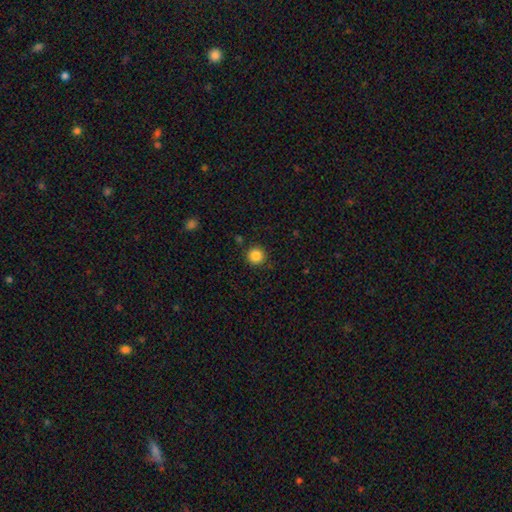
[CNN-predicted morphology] Smooth or featured: smooth — 86% (star or artifact — 10%)
How rounded: round — 95% (in between — 4%)
Merging: none — 90% (minor disturbance — 6%)